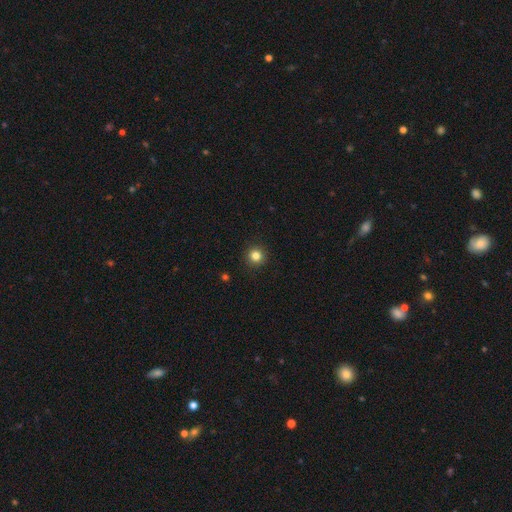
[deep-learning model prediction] This appears to be a smooth galaxy with no disk features (82%) that is round (96%). Merging: none (93%).